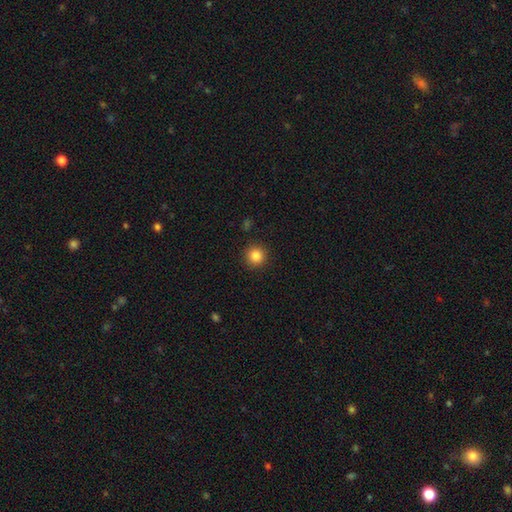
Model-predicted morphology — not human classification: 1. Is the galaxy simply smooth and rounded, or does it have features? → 85% smooth, 11% star or artifact, 5% featured or disk.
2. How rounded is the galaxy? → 94% round, 5% in between, 1% cigar-shaped.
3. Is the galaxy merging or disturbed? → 91% none, 6% minor disturbance, 2% major disturbance, 1% merger.